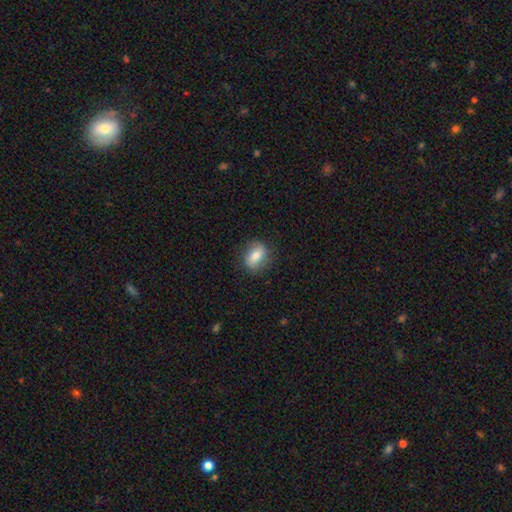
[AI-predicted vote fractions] Overall: smooth (72%). How rounded: in between (68%; round 28%). Merging: none (82%).